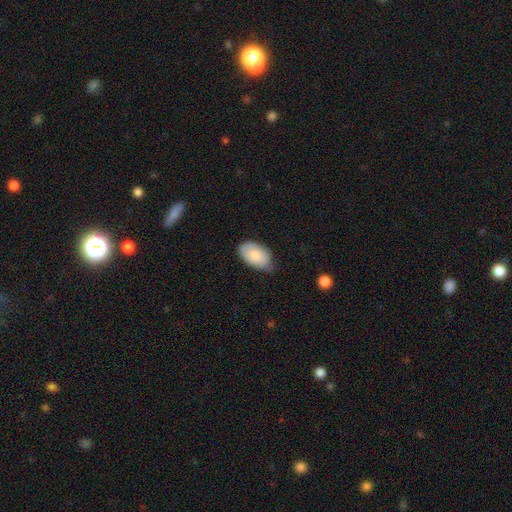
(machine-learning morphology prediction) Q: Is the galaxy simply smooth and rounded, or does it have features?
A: smooth — 82%.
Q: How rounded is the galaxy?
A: in between — 94%.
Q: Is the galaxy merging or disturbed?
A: none — 64%.